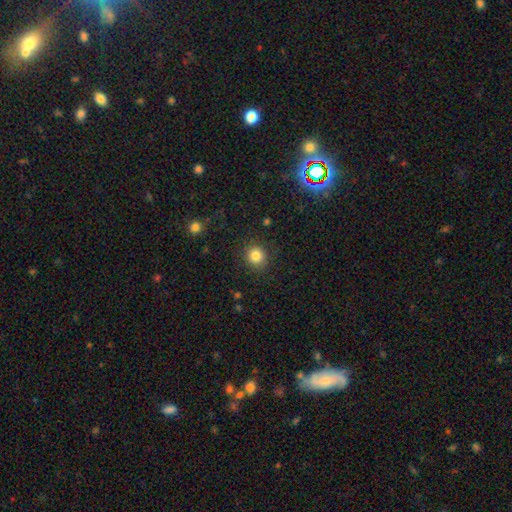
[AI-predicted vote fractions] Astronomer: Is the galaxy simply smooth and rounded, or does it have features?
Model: smooth — 84%.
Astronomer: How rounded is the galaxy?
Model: round — 89%.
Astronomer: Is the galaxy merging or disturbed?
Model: none — 89%.